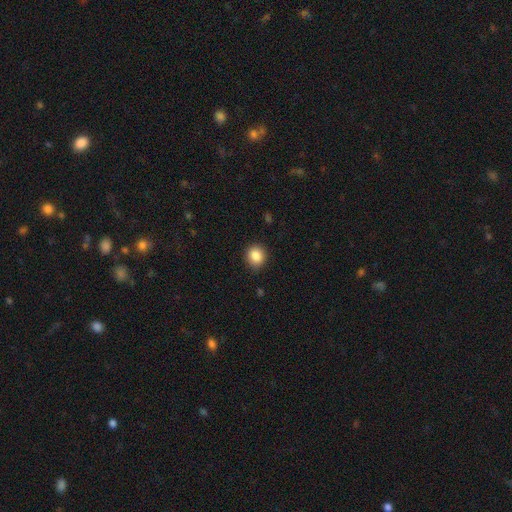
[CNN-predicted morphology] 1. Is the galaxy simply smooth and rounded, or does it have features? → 86% smooth, 9% star or artifact, 4% featured or disk.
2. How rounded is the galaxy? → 81% round, 18% in between, 1% cigar-shaped.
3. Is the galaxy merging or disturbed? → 87% none, 10% minor disturbance, 2% major disturbance, 1% merger.